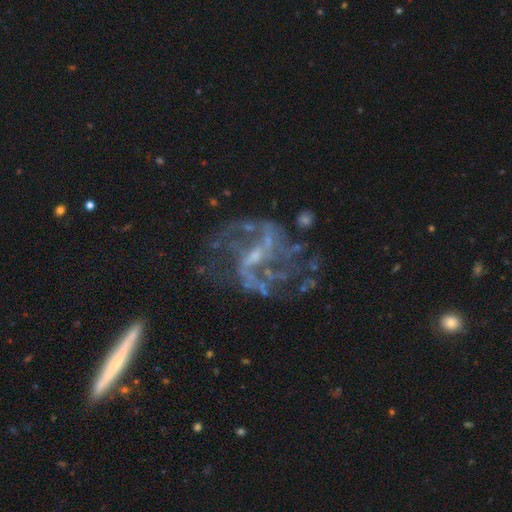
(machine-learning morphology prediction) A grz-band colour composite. It shows a featured or disk galaxy (85%) with a weak bar (49%), 2 (61%) loose (46%) spiral arms (85%) and a small central bulge (53%). Merging: none (55%).